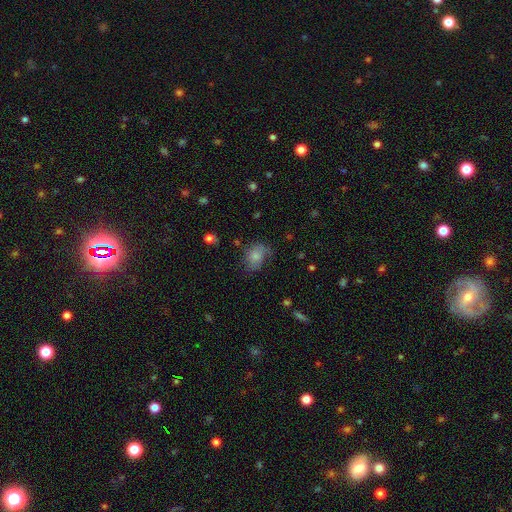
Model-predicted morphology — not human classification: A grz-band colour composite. It shows a smooth galaxy with no disk features (64%) that is in between round and cigar-shaped (66%). Merging: none (45%).